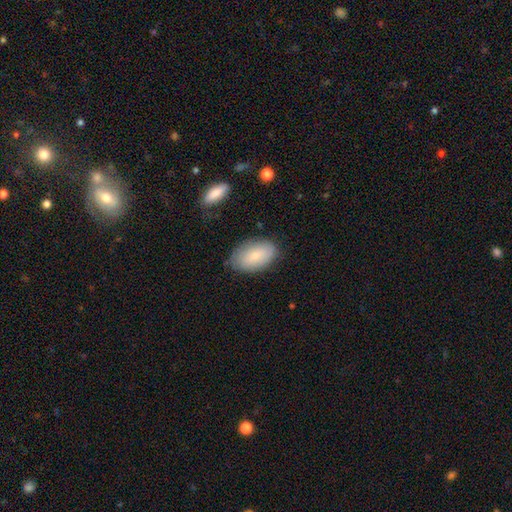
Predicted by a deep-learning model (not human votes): A smooth galaxy with no disk features (73%) that is in between round and cigar-shaped (93%). Merging: none (76%).